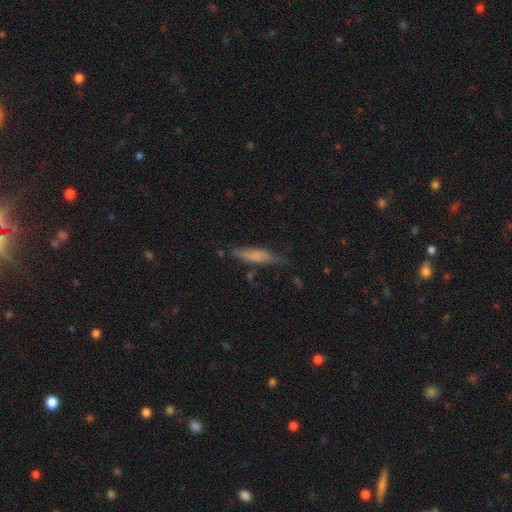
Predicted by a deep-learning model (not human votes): smooth 65%, featured or disk 28%, star or artifact 7%. Down the decision tree: how rounded — cigar-shaped (82%); merging — none (70%).